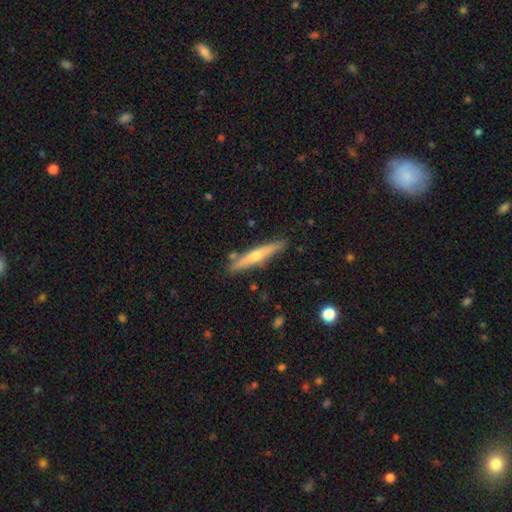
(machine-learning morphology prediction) A featured or disk galaxy (58%) viewed edge-on (94%) with a rounded central bulge (86%). Merging: none (84%).